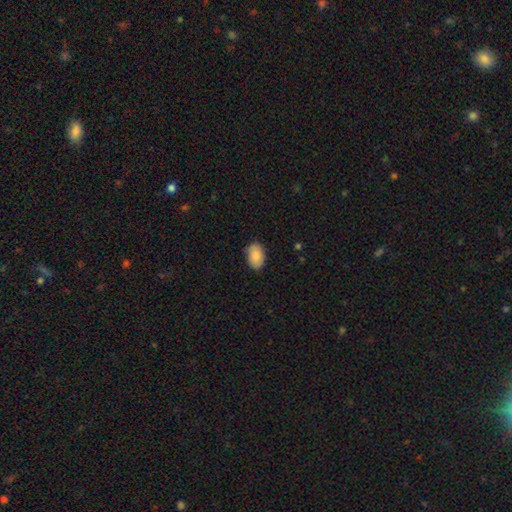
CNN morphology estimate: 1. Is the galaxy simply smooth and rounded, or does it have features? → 87% smooth, 7% featured or disk, 6% star or artifact.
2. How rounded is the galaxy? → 90% in between, 9% round, 1% cigar-shaped.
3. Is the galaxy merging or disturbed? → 85% none, 12% minor disturbance, 2% major disturbance, 1% merger.